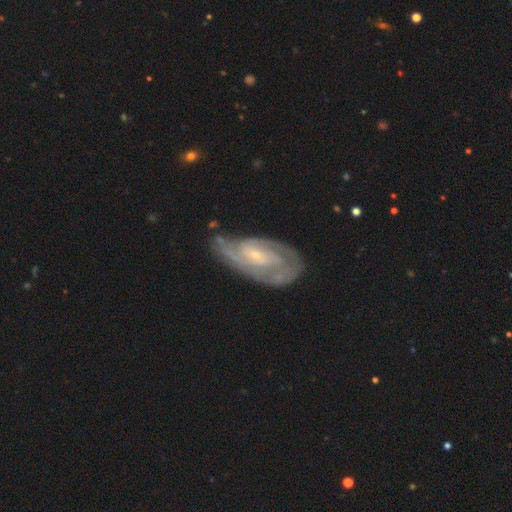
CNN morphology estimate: type=featured or disk (81%); edge-on=no (95%); bar=no (47%); spiral arms=yes (92%); winding=tight (55%); arm count=2 (38%); bulge=small (73%); merging=none (61%).